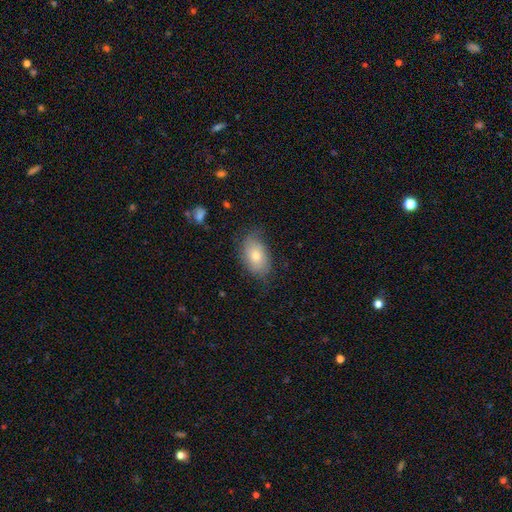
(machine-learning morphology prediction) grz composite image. It shows a smooth galaxy with no disk features (66%) that is in between round and cigar-shaped (89%). Merging: none (68%).